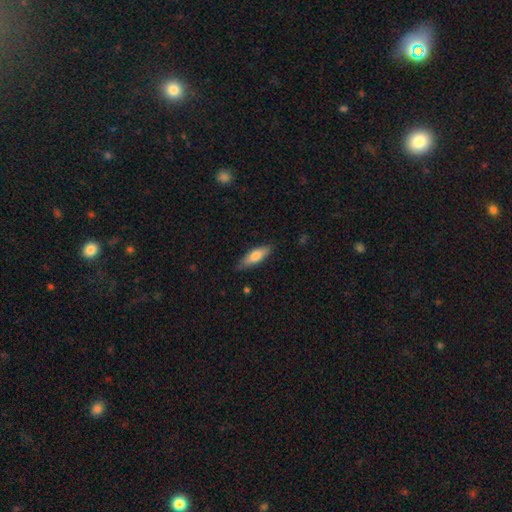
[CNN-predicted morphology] The model was most divided on "how rounded": in between: 60%, cigar-shaped: 38%, round: 2%. More confident: merging — none (79%); smooth or featured — smooth (75%).